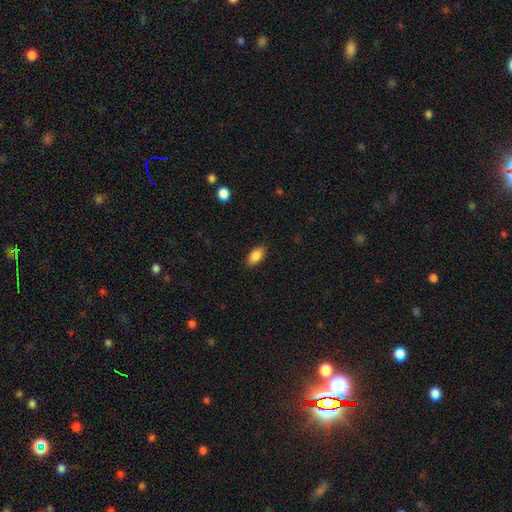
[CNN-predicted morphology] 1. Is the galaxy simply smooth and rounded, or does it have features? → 87% smooth, 8% star or artifact, 5% featured or disk.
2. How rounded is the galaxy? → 93% in between, 4% round, 3% cigar-shaped.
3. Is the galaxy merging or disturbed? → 88% none, 9% minor disturbance, 2% major disturbance, 1% merger.